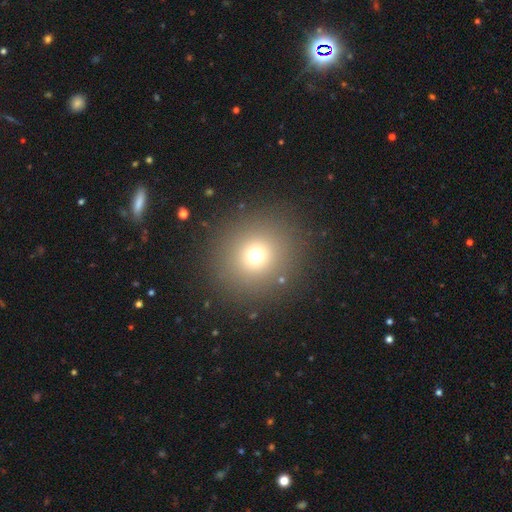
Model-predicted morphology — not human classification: A smooth galaxy with no disk features (69%) that is round (93%).

Vote fractions:
- Smooth or featured? smooth: 69% / star or artifact: 21% / featured or disk: 10%
- How rounded? round: 93% / in between: 6% / cigar-shaped: 1%
- Merging? none: 88% / minor disturbance: 6% / major disturbance: 4% / merger: 2%